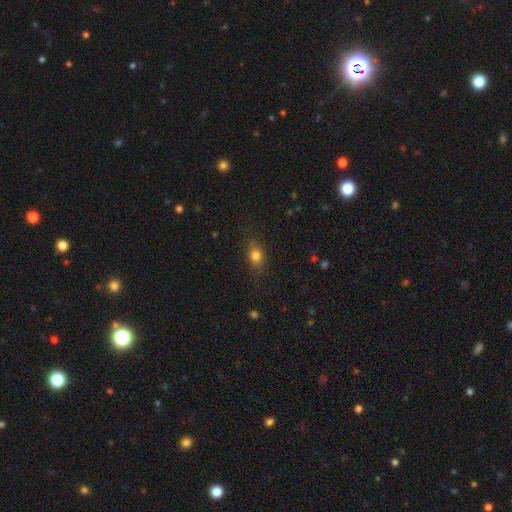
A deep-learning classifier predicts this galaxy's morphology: Smooth or featured: smooth — 80% (star or artifact — 11%)
How rounded: in between — 63% (round — 33%)
Merging: none — 80% (minor disturbance — 14%)